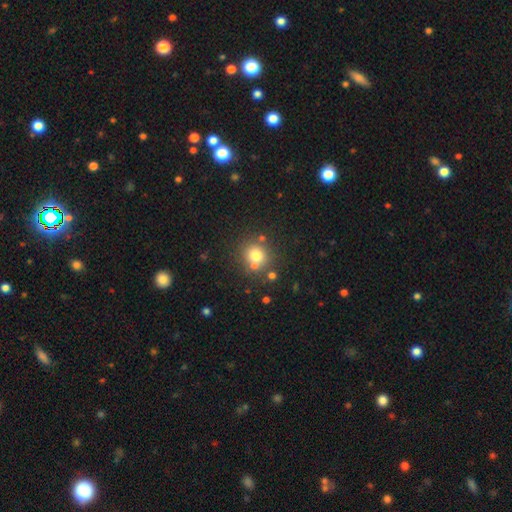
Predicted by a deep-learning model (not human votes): Smooth or featured? Predicted: smooth (p=0.74). How rounded? Predicted: round (p=0.86). Merging? Predicted: none (p=0.70).